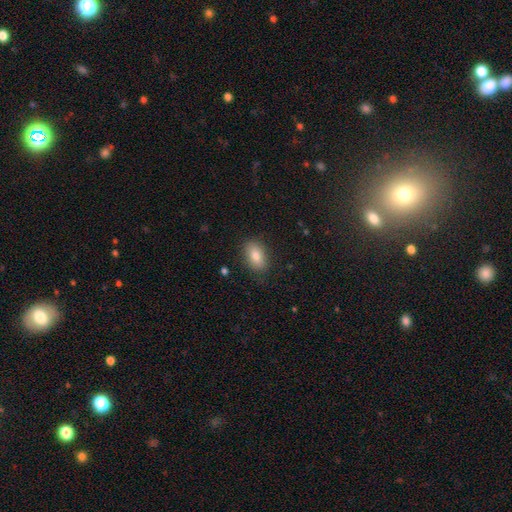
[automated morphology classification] smooth 82%, featured or disk 10%, star or artifact 8%. Down the decision tree: how rounded — in between (89%); merging — none (84%).